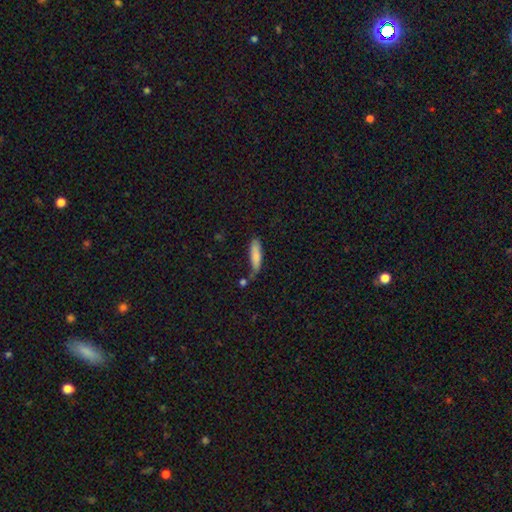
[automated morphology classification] Smooth or featured? smooth (81%)
How rounded? cigar-shaped (67%)
Merging? none (65%)